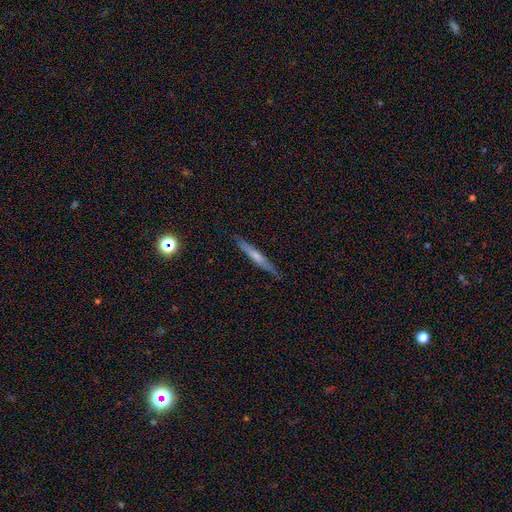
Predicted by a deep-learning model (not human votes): This is possibly a featured or disk galaxy (48%). Merging: clearly none (87%).